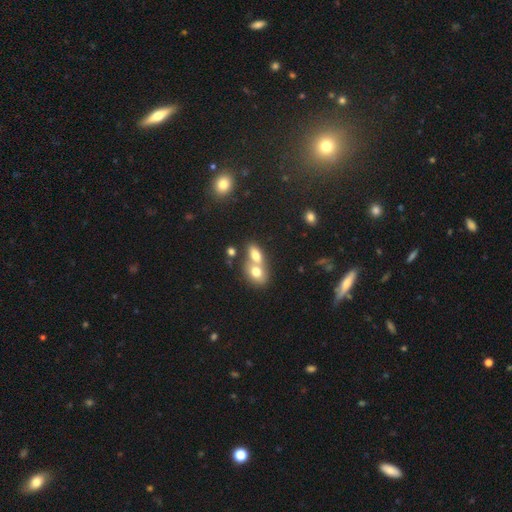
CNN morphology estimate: Smooth or featured? Predicted: smooth (p=0.72). How rounded? Predicted: in between (p=0.73). Merging? Predicted: merger (p=0.68).